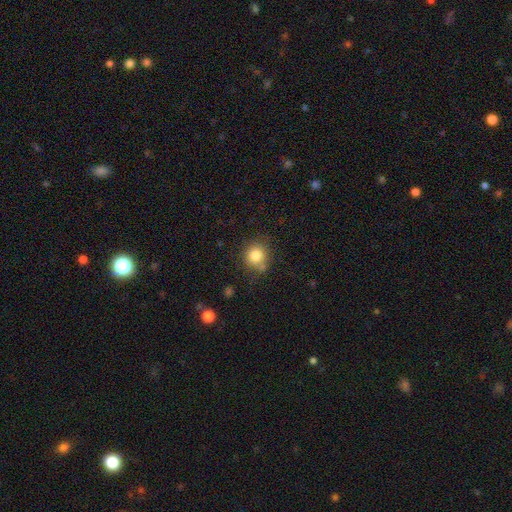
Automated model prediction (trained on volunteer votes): The model was most divided on "merging": none: 73%, minor disturbance: 17%, merger: 6%, major disturbance: 4%. More confident: how rounded — round (87%); smooth or featured — smooth (82%).